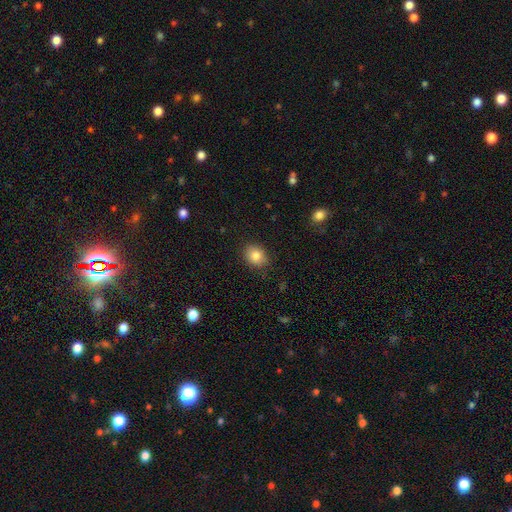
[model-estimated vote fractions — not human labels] smooth 84%, star or artifact 9%, featured or disk 7%. Down the decision tree: how rounded — round (53%); merging — none (87%).